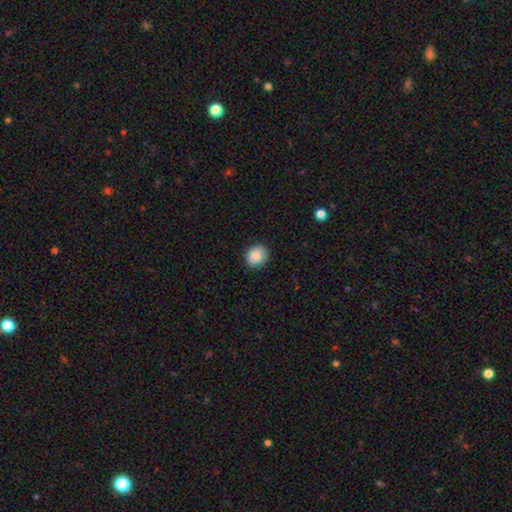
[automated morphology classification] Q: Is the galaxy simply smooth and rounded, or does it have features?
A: smooth — 86%.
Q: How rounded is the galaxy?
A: round — 81%.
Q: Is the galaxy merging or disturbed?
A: none — 88%.